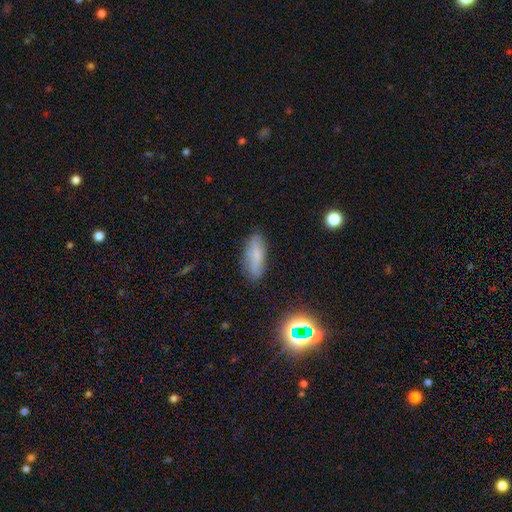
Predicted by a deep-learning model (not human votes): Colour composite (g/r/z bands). It shows a smooth galaxy with no disk features (69%) that is in between round and cigar-shaped (68%). Merging: none (78%).